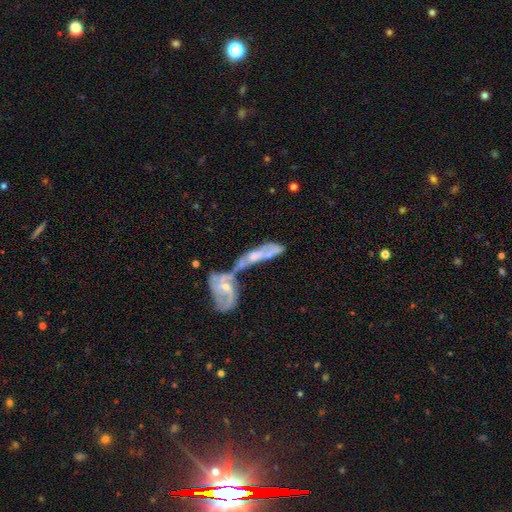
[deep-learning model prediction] Smooth or featured: featured or disk — 66% (smooth — 25%)
Edge-on disk: no — 81% (yes — 19%)
Bar: no — 66% (weak — 26%)
Spiral arms: yes — 58% (no — 42%)
Bulge size: small — 45% (moderate — 41%)
Merging: merger — 74% (none — 11%)